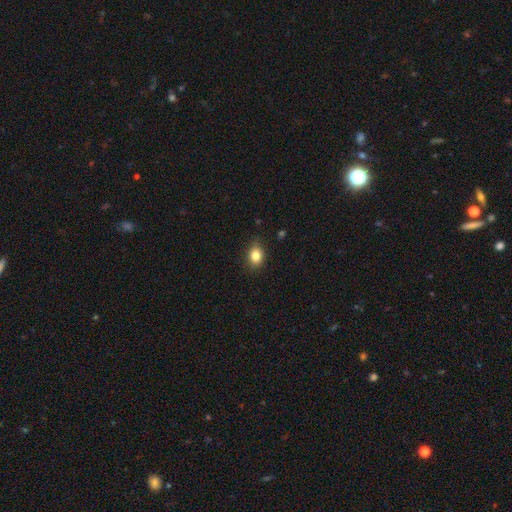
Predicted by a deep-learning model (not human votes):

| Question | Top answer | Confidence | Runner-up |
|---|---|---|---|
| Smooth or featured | smooth | 82% | star or artifact (10%) |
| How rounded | in between | 61% | round (38%) |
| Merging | none | 80% | minor disturbance (16%) |